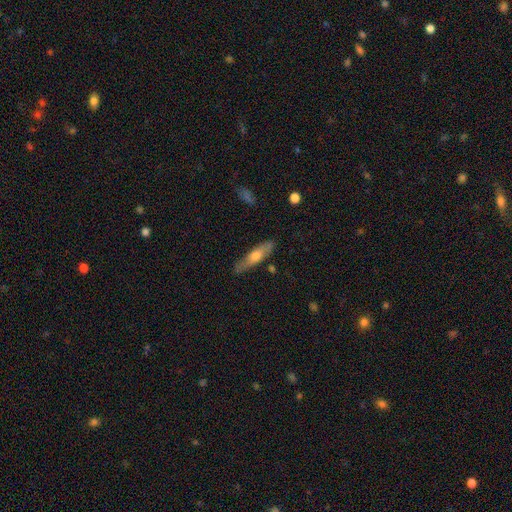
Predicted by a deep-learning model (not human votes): smooth_or_featured: smooth (p=0.49) [alt: featured or disk p=0.45]
merging: none (p=0.81) [alt: minor disturbance p=0.15]